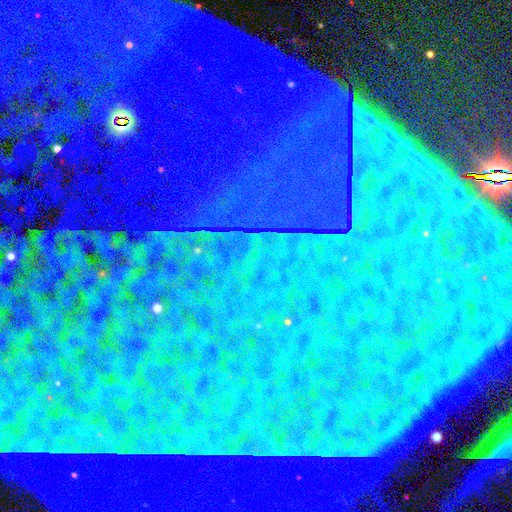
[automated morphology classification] Smooth or featured? Predicted: star or artifact (p=0.86).